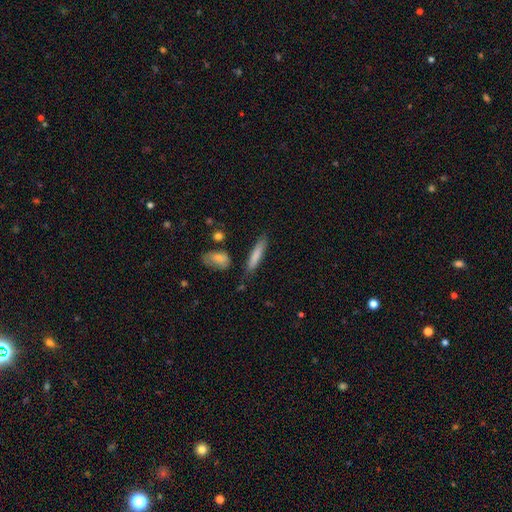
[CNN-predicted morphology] Overall: smooth (78%). How rounded: cigar-shaped (86%). Merging: none (78%).